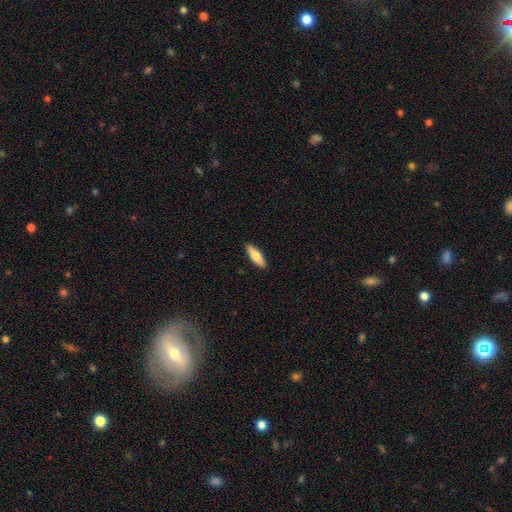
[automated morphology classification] The model was most divided on "how rounded": cigar-shaped: 51%, in between: 47%, round: 2%. More confident: merging — none (90%); smooth or featured — smooth (71%).